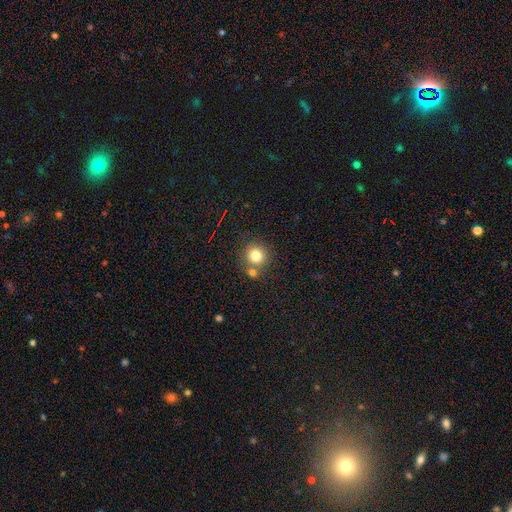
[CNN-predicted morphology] Smooth or featured? Predicted: smooth (p=0.79). How rounded? Predicted: round (p=0.88). Merging? Predicted: none (p=0.69).